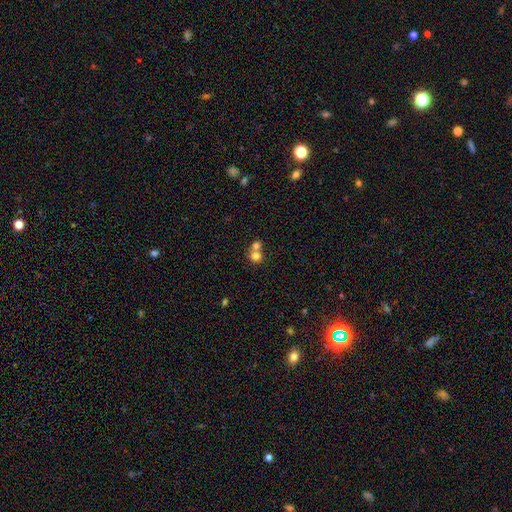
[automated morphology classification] Smooth or featured? Predicted: smooth (p=0.77). How rounded? Predicted: round (p=0.80). Merging? Predicted: merger (p=0.60).